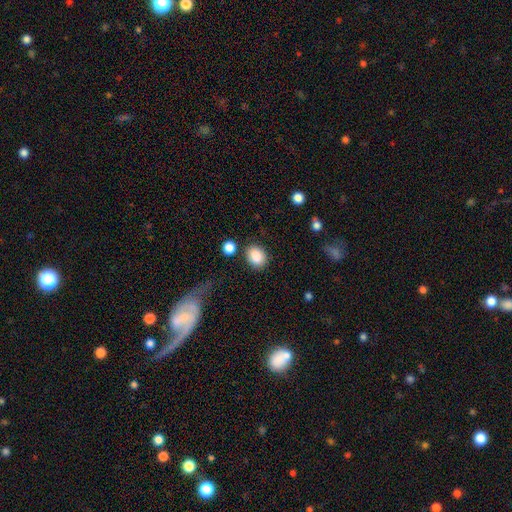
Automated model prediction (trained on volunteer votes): Smooth or featured? Predicted: smooth (p=0.87). How rounded? Predicted: in between (p=0.53). Merging? Predicted: none (p=0.80).